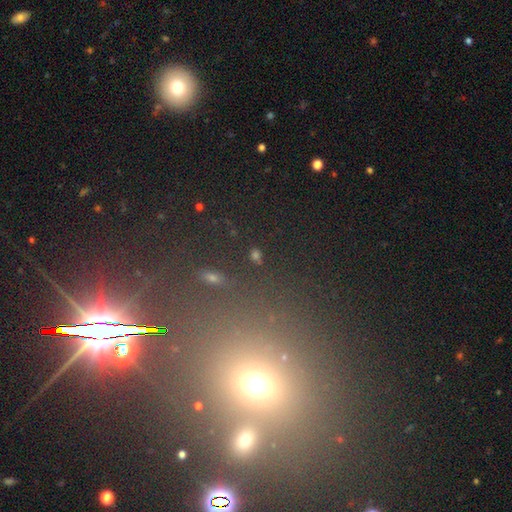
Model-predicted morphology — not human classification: type=smooth (45%); merging=none (78%).